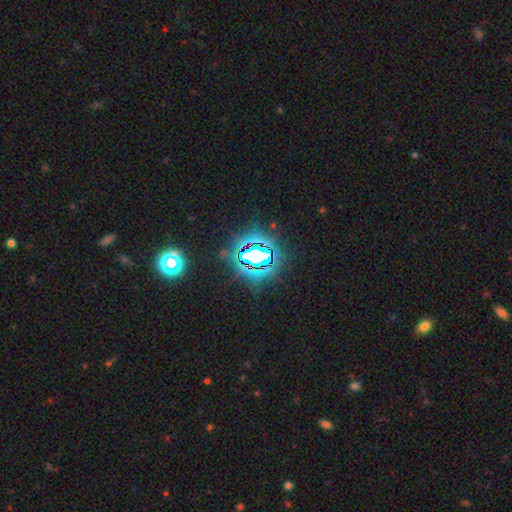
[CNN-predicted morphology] smooth_or_featured: star or artifact (p=0.78) [alt: smooth p=0.12]